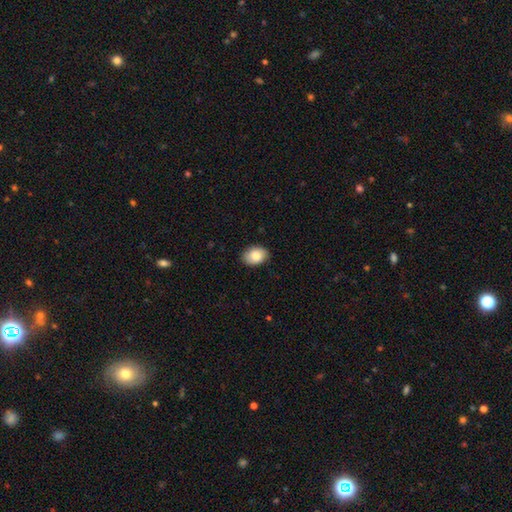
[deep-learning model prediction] Morphology: type=smooth (86%); roundness=in between (79%); merging=none (86%).